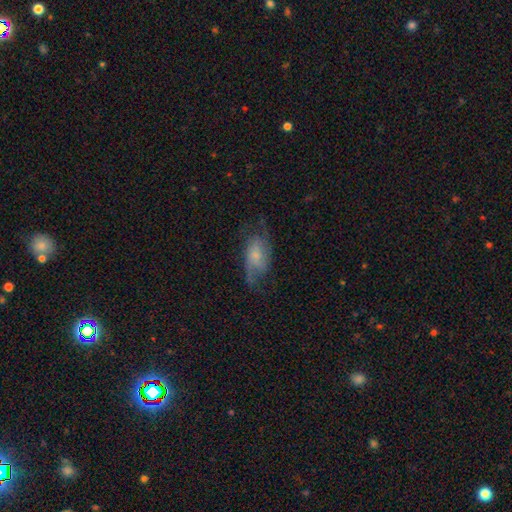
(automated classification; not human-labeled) Q: Smooth or featured?
A: featured or disk (57%); runner-up: smooth (35%)
Q: Edge-on disk?
A: no (94%); runner-up: yes (6%)
Q: Bar?
A: no (61%); runner-up: weak (32%)
Q: Spiral arms?
A: yes (84%); runner-up: no (16%)
Q: Bulge size?
A: small (54%); runner-up: moderate (25%)
Q: Merging?
A: none (54%); runner-up: minor disturbance (25%)